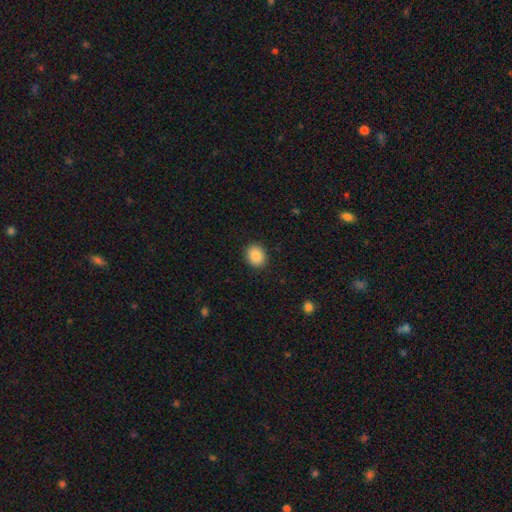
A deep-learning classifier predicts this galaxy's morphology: Overall: smooth (87%). How rounded: round (61%; in between 38%). Merging: none (90%).